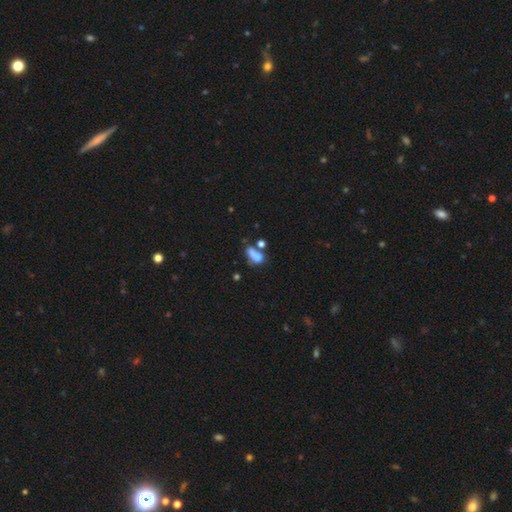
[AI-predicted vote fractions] Smooth or featured? smooth (65%)
How rounded? in between (68%)
Merging? merger (48%)